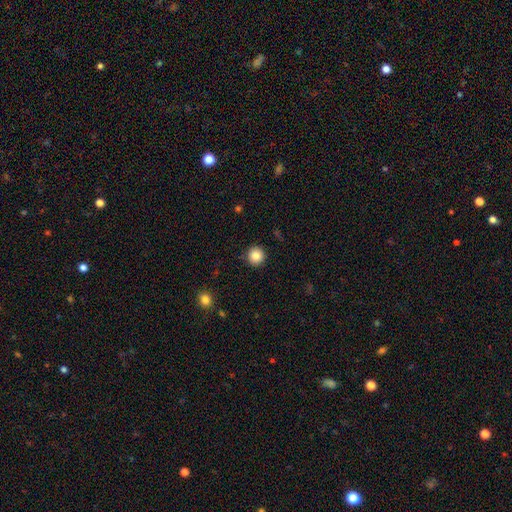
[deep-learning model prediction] Smooth or featured: smooth — 85% (star or artifact — 10%)
How rounded: round — 94% (in between — 5%)
Merging: none — 91% (minor disturbance — 6%)